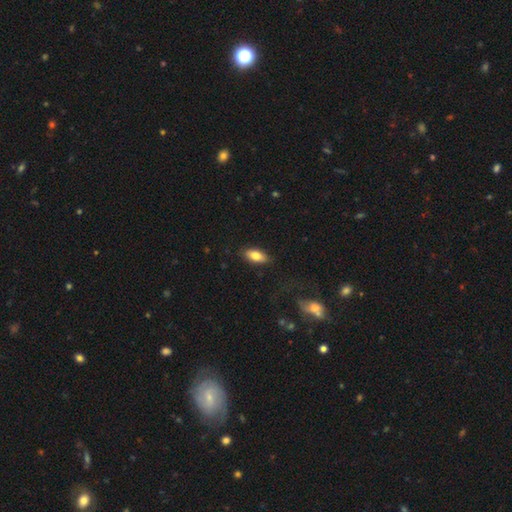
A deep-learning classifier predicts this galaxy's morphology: type=smooth (79%); roundness=in between (85%); merging=none (86%).